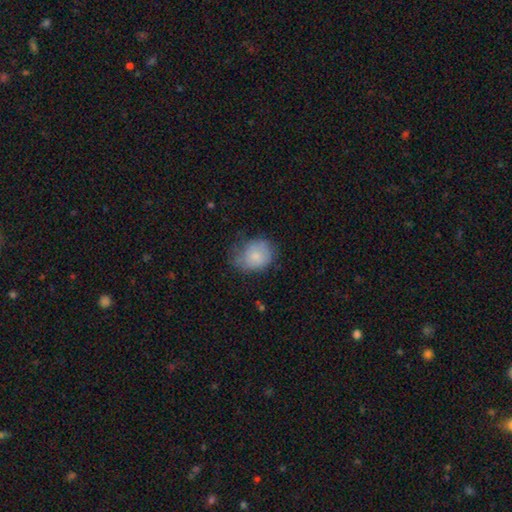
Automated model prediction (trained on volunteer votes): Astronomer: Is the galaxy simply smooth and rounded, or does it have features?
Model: smooth — 76%.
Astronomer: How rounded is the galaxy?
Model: round — 53% (runner-up: in between, 46%).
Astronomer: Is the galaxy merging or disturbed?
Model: none — 45% (runner-up: minor disturbance, 37%).